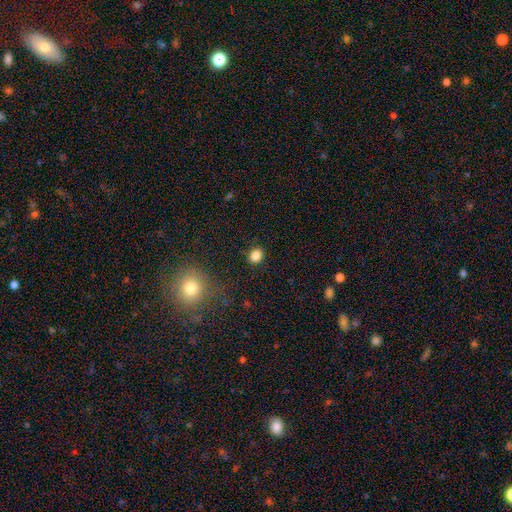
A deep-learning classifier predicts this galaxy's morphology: smooth-or-featured: smooth: 84% | star or artifact: 11% | featured or disk: 4%
  how-rounded: round: 66% | in between: 33% | cigar-shaped: 1%
  merging: none: 88% | minor disturbance: 8% | major disturbance: 3% | merger: 2%